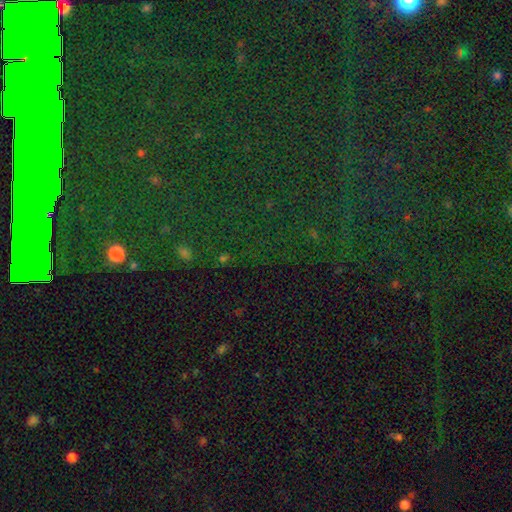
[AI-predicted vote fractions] Overall: star or artifact (78%).